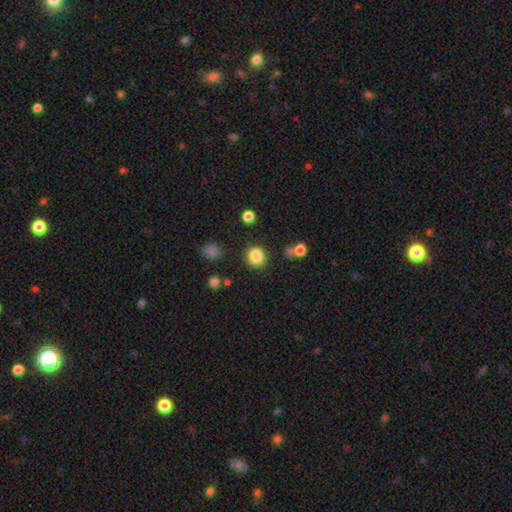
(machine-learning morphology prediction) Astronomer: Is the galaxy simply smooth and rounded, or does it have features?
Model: smooth — 84%.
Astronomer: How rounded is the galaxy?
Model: round — 83%.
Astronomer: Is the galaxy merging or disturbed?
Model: none — 79%.